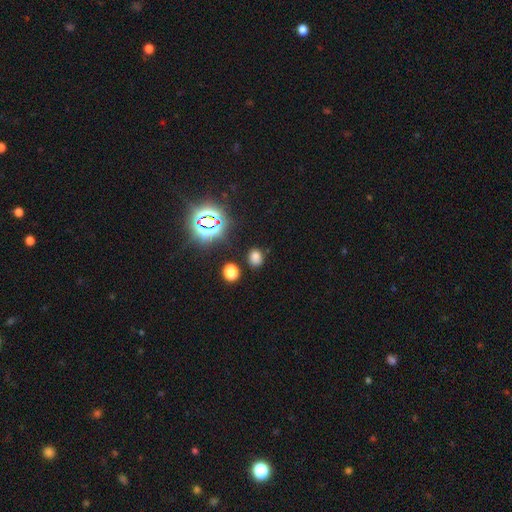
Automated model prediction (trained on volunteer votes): Smooth or featured?
  - smooth: 69% *
  - star or artifact: 25%
  - featured or disk: 6%
How rounded?
  - round: 54% *
  - in between: 45%
  - cigar-shaped: 1%
Merging?
  - none: 83% *
  - minor disturbance: 10%
  - merger: 4%
  - major disturbance: 3%